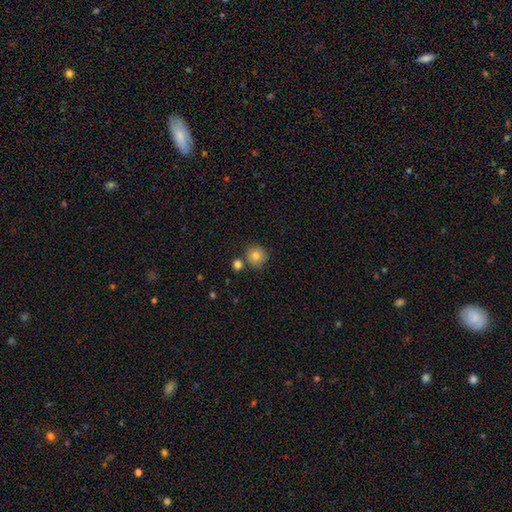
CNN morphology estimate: Smooth or featured? smooth (81%)
How rounded? round (91%)
Merging? none (74%)